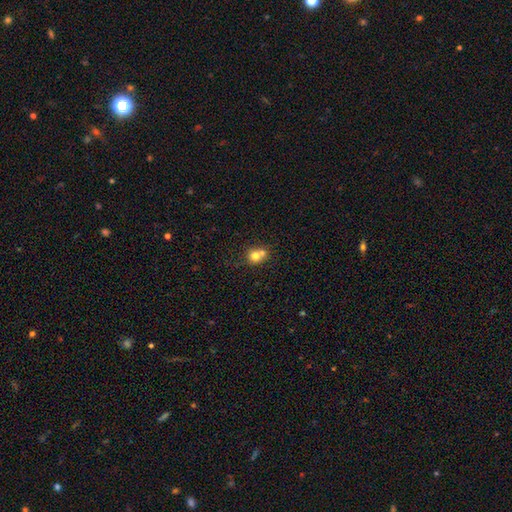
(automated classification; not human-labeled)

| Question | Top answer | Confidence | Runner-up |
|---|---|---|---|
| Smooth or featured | smooth | 74% | featured or disk (14%) |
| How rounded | round | 81% | in between (19%) |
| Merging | merger | 52% | none (38%) |